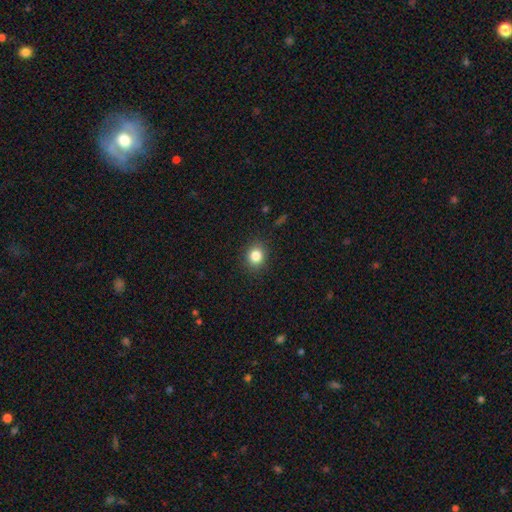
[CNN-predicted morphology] Smooth or featured? Predicted: smooth (p=0.83). How rounded? Predicted: round (p=0.74). Merging? Predicted: none (p=0.89).